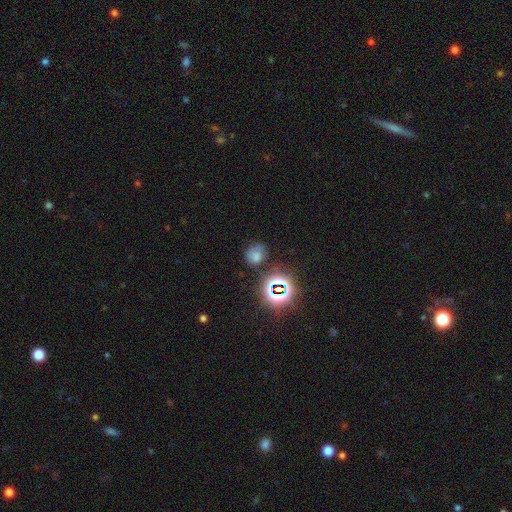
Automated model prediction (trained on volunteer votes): Smooth or featured? smooth (60%)
How rounded? round (65%)
Merging? none (63%)